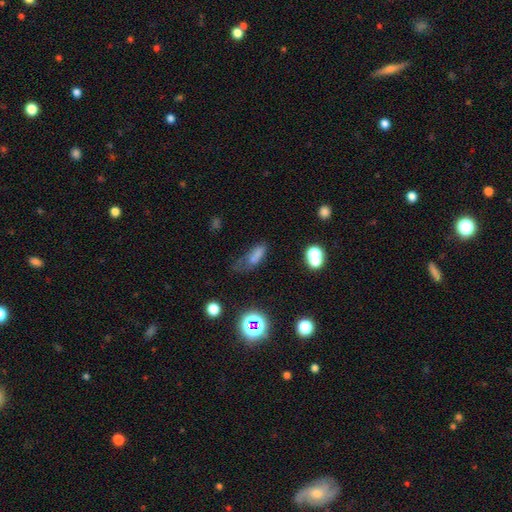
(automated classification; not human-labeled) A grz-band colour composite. It shows a smooth galaxy with no disk features (65%) that is in between round and cigar-shaped (66%). Merging: none (32%).